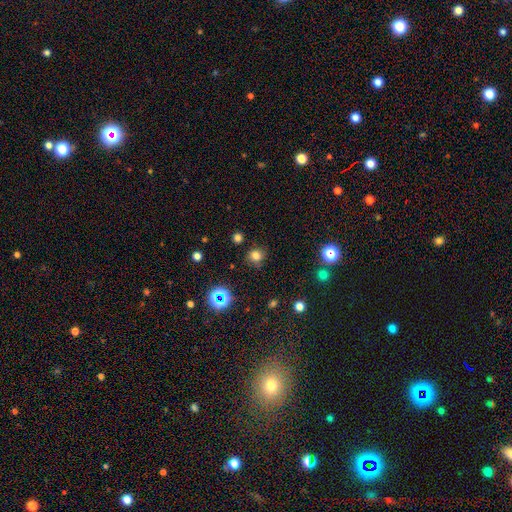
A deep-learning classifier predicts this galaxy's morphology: smooth-or-featured: smooth: 75% | star or artifact: 19% | featured or disk: 6%
  how-rounded: round: 86% | in between: 13% | cigar-shaped: 1%
  merging: none: 80% | minor disturbance: 13% | major disturbance: 4% | merger: 3%